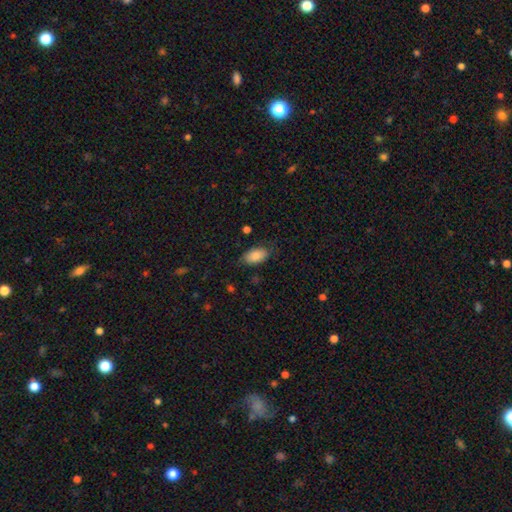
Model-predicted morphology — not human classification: smooth_or_featured: smooth (p=0.84) [alt: featured or disk p=0.09]
how_rounded: in between (p=0.94) [alt: round p=0.04]
merging: none (p=0.76) [alt: minor disturbance p=0.18]